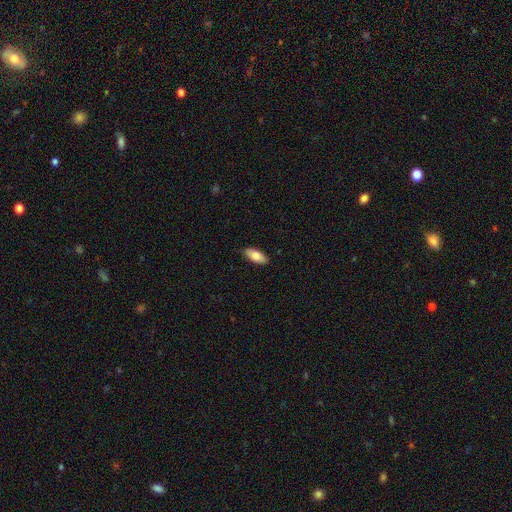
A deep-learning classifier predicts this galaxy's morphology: This appears to be a smooth galaxy with no disk features (84%) that is in between round and cigar-shaped (85%). Merging: none (88%).